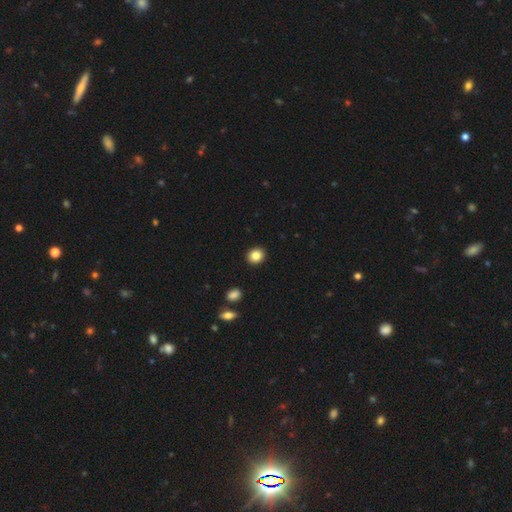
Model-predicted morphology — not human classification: Smooth or featured? Predicted: smooth (p=0.86). How rounded? Predicted: round (p=0.73). Merging? Predicted: none (p=0.92).